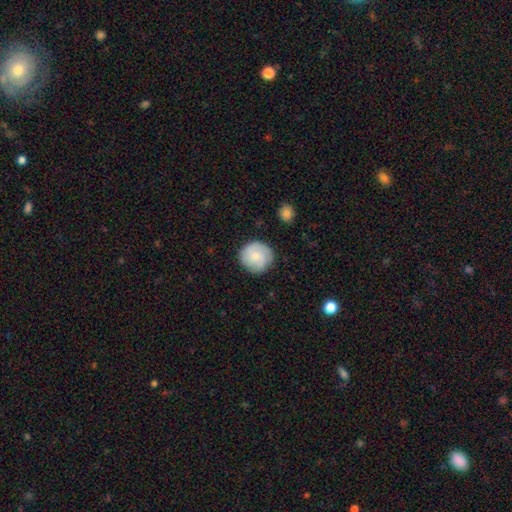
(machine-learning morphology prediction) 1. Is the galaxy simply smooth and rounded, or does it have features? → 67% smooth, 27% featured or disk, 6% star or artifact.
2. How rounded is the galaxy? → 93% round, 6% in between, 1% cigar-shaped.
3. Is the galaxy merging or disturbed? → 82% none, 13% minor disturbance, 3% major disturbance, 1% merger.